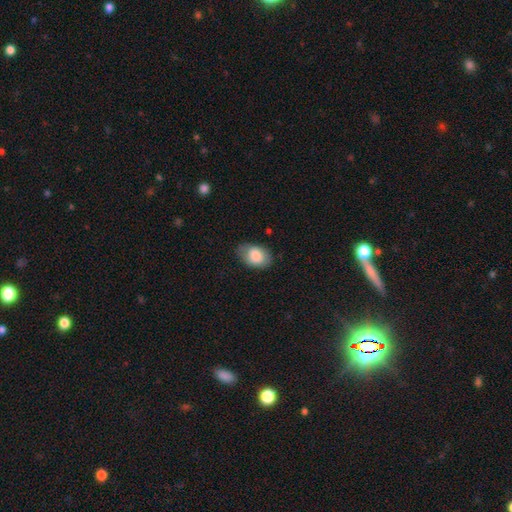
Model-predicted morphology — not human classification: This appears to be a smooth galaxy with no disk features (82%) that is in between round and cigar-shaped (86%). Merging: none (71%).